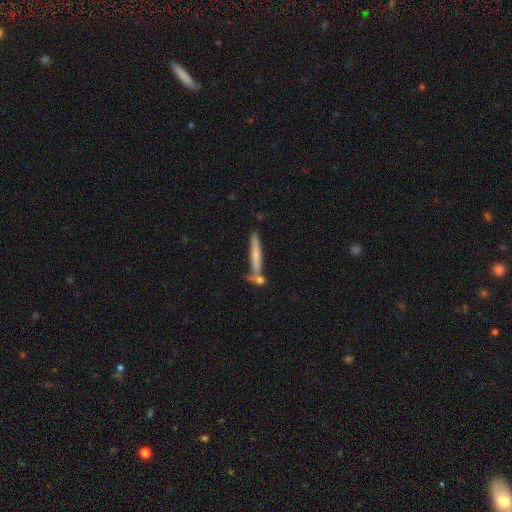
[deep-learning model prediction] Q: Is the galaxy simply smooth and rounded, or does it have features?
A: smooth — 57%.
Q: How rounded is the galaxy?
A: cigar-shaped — 94%.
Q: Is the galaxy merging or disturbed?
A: none — 67%.